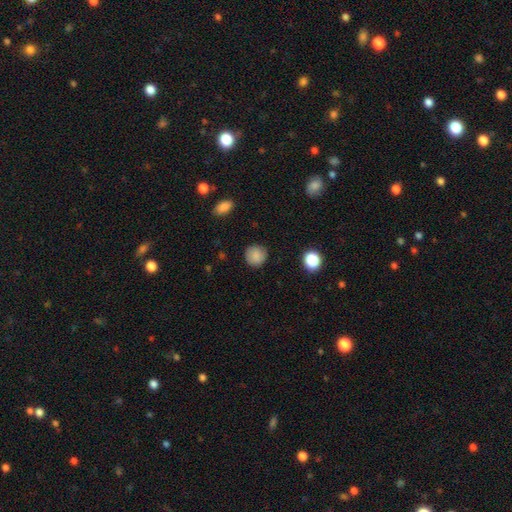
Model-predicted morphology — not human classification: This is clearly a smooth galaxy (86%). How rounded: clearly round (91%). Merging: clearly none (87%).